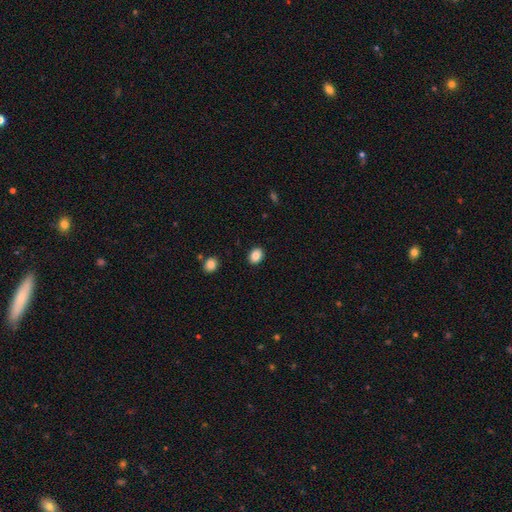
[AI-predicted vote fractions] A smooth galaxy with no disk features (87%) that is in between round and cigar-shaped (63%). Merging: none (89%).